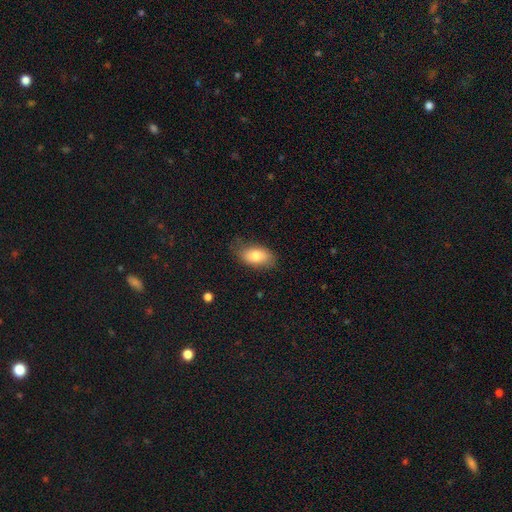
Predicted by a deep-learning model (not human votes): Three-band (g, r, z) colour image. It shows a smooth galaxy with no disk features (79%) that is in between round and cigar-shaped (91%). Merging: none (74%).